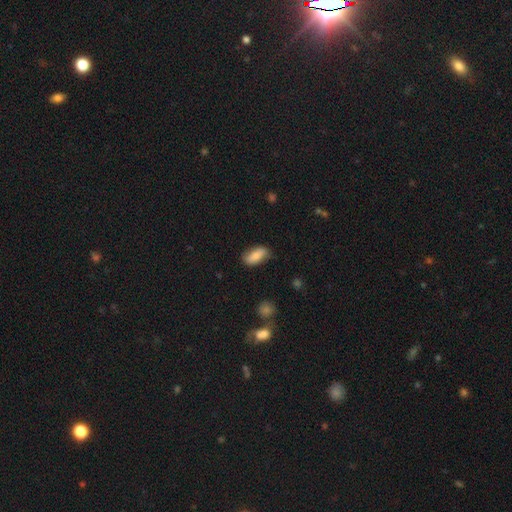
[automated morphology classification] Smooth or featured?
  - smooth: 82% *
  - featured or disk: 12%
  - star or artifact: 6%
How rounded?
  - in between: 86% *
  - cigar-shaped: 11%
  - round: 3%
Merging?
  - none: 78% *
  - minor disturbance: 17%
  - major disturbance: 3%
  - merger: 2%